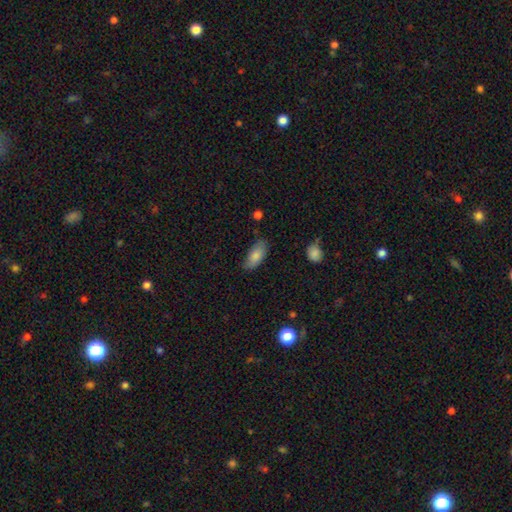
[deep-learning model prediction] Q: Smooth or featured?
A: smooth (83%); runner-up: featured or disk (10%)
Q: How rounded?
A: in between (88%); runner-up: cigar-shaped (9%)
Q: Merging?
A: none (73%); runner-up: minor disturbance (21%)